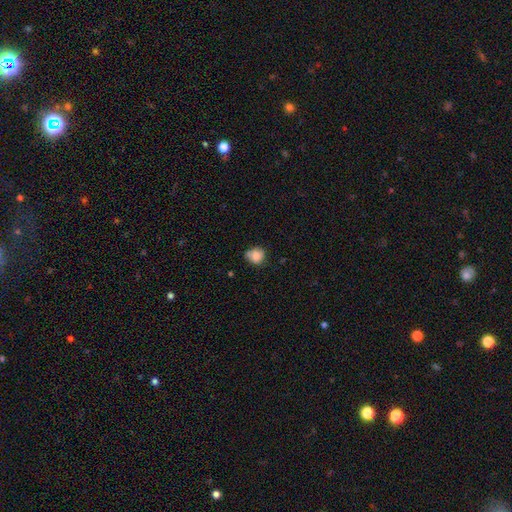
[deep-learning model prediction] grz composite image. It shows a smooth galaxy with no disk features (82%) that is round (77%). Merging: none (55%).